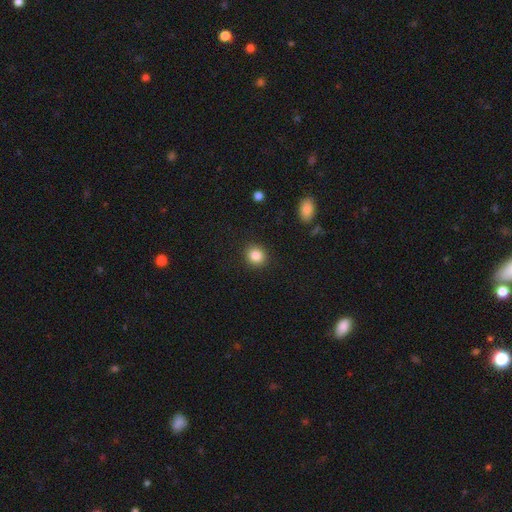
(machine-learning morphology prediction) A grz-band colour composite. It shows a smooth galaxy with no disk features (85%) that is round (85%). Merging: none (91%).